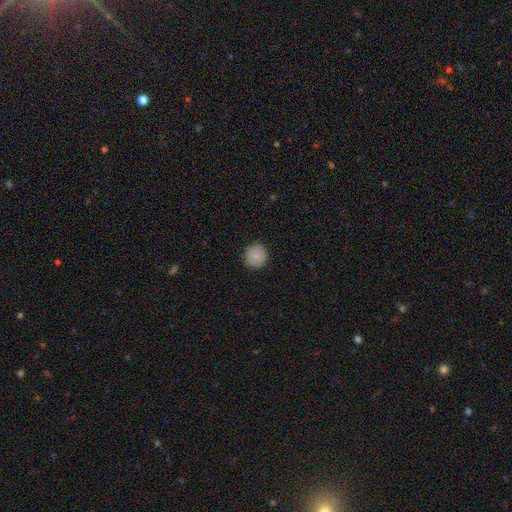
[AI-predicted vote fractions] Smooth or featured: smooth — 86% (star or artifact — 8%)
How rounded: round — 95% (in between — 4%)
Merging: none — 92% (minor disturbance — 6%)